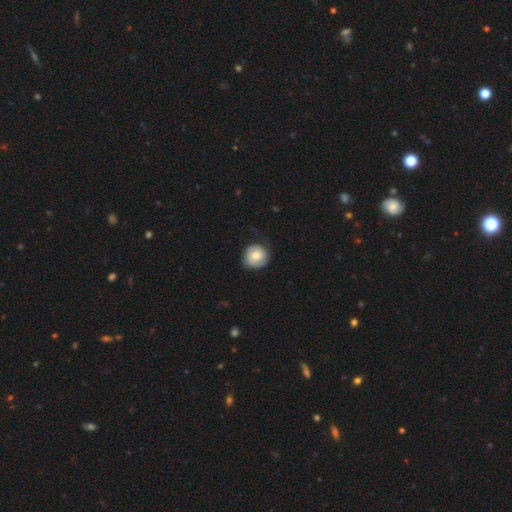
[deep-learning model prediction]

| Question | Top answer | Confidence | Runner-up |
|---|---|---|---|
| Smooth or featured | smooth | 68% | featured or disk (25%) |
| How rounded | round | 88% | in between (11%) |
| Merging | none | 74% | minor disturbance (20%) |